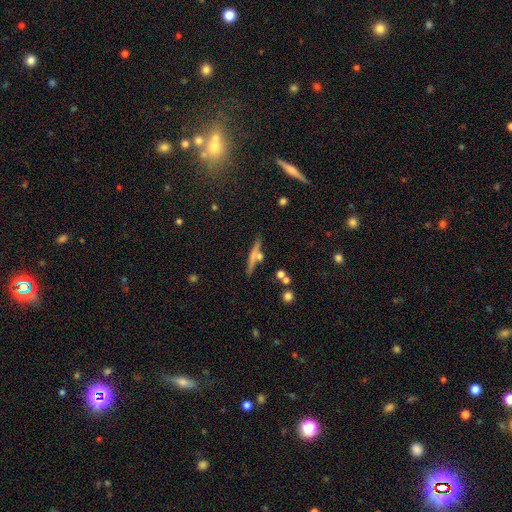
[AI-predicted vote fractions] Smooth or featured: featured or disk — 46% (smooth — 45%)
Merging: none — 71% (merger — 13%)